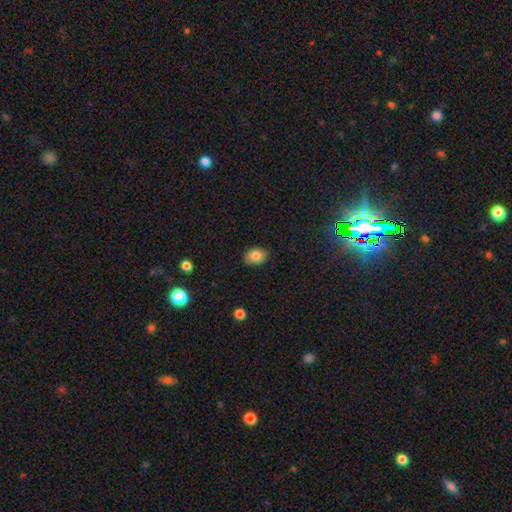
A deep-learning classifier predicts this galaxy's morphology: smooth 82%, featured or disk 9%, star or artifact 9%. Down the decision tree: how rounded — in between (73%); merging — none (83%).